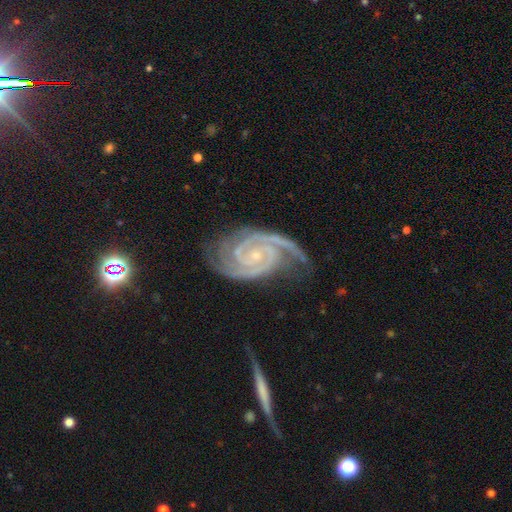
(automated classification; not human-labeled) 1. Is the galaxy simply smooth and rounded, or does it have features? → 93% featured or disk, 4% star or artifact, 2% smooth.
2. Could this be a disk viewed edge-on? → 98% no, 2% yes.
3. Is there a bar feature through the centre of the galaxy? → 64% no, 25% weak, 11% strong.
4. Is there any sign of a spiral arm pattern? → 99% yes, 1% no.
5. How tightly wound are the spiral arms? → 70% tight, 26% medium, 3% loose.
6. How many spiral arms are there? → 65% 2, 19% 3, 5% can't tell, 4% 4, 3% more than 4, 3% 1.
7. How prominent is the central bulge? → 81% small, 15% moderate, 2% none, 1% large, 1% dominant.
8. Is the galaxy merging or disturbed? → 69% none, 21% minor disturbance, 8% major disturbance, 2% merger.